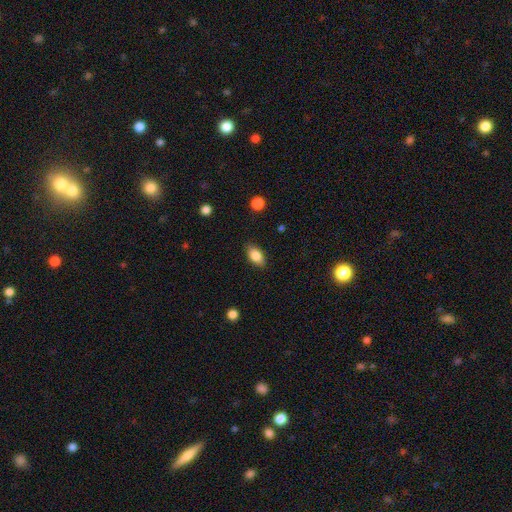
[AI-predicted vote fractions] This appears to be a smooth galaxy with no disk features (85%) that is in between round and cigar-shaped (90%). Merging: none (85%).